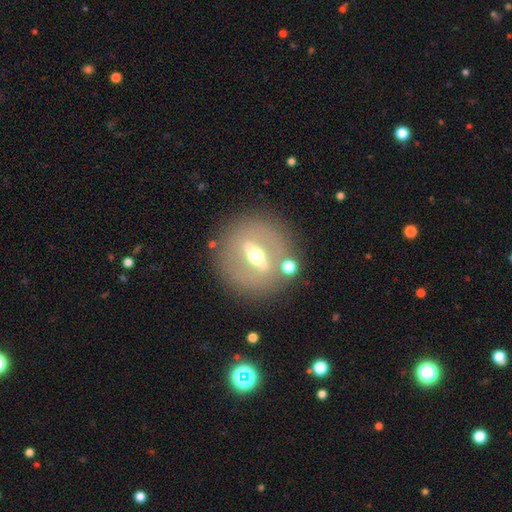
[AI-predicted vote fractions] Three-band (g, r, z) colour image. It shows a featured or disk galaxy (69%) with not edge-on (50%, tied with yes). Merging: none (82%).